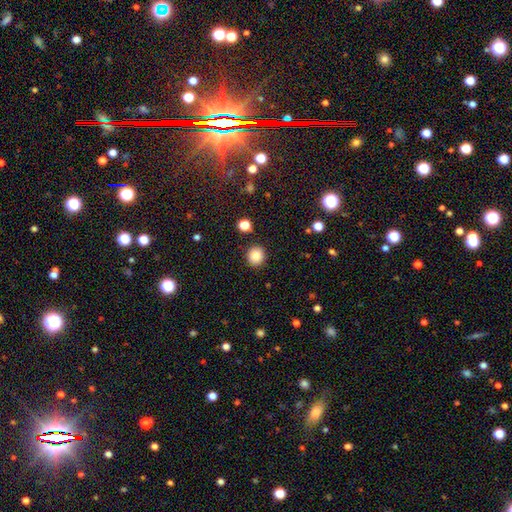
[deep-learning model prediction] smooth-or-featured: smooth: 85% | star or artifact: 10% | featured or disk: 5%
  how-rounded: round: 89% | in between: 10% | cigar-shaped: 1%
  merging: none: 90% | minor disturbance: 6% | major disturbance: 2% | merger: 2%